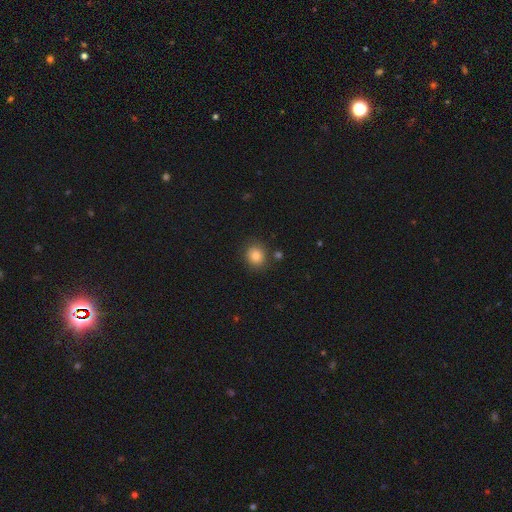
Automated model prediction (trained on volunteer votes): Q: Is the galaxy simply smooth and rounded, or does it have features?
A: smooth — 84%.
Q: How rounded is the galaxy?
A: round — 80%.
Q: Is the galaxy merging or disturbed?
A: none — 84%.